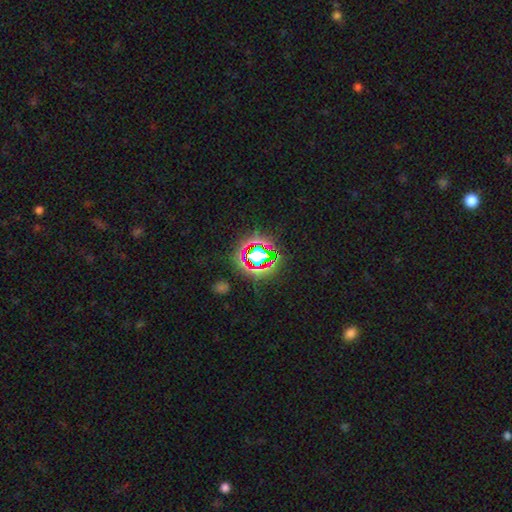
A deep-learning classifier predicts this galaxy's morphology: Smooth or featured? star or artifact (69%)